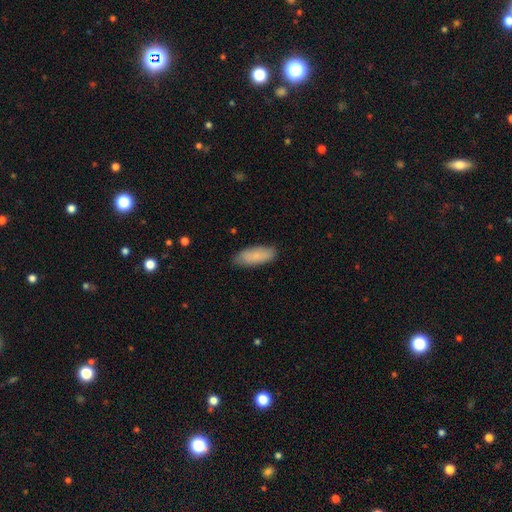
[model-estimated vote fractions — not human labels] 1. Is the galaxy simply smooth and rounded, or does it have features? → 85% smooth, 10% featured or disk, 6% star or artifact.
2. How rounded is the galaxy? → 73% in between, 25% cigar-shaped, 2% round.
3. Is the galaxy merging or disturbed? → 84% none, 13% minor disturbance, 2% major disturbance, 1% merger.